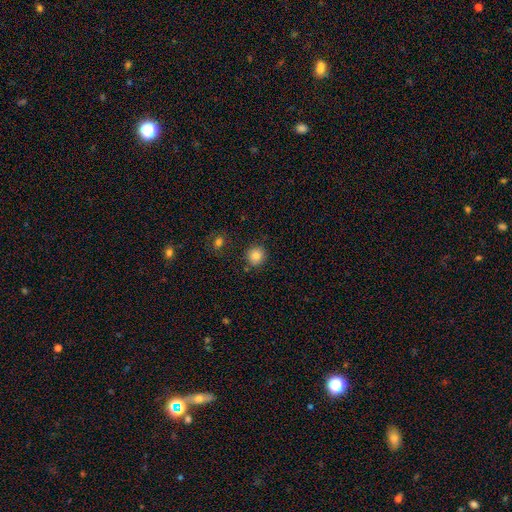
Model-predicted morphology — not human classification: smooth-or-featured: smooth: 84% | star or artifact: 10% | featured or disk: 5%
  how-rounded: round: 89% | in between: 10% | cigar-shaped: 1%
  merging: none: 85% | minor disturbance: 9% | merger: 4% | major disturbance: 3%